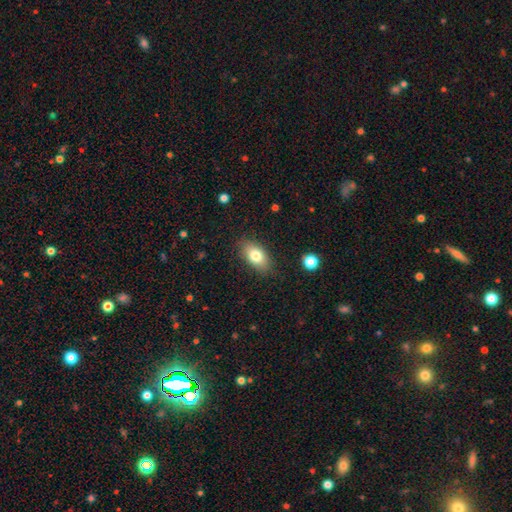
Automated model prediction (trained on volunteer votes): Morphology: type=smooth (79%); roundness=in between (89%); merging=none (84%).